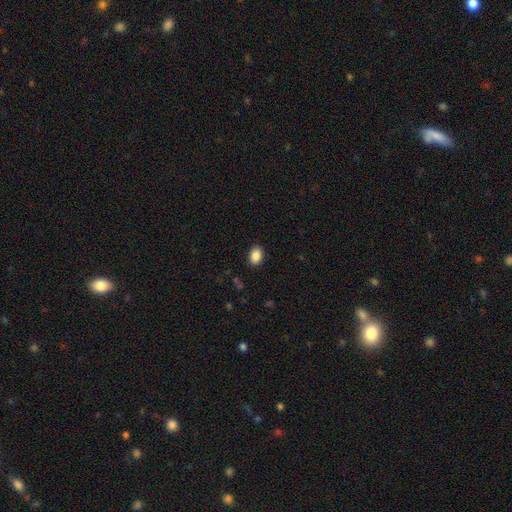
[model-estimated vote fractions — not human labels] smooth 88%, star or artifact 8%, featured or disk 4%. Down the decision tree: how rounded — in between (78%); merging — none (89%).